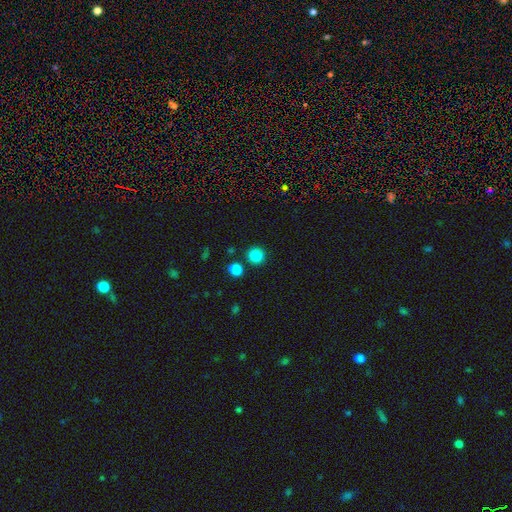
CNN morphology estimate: The model was most divided on "smooth or featured": smooth: 86%, star or artifact: 11%, featured or disk: 3%. More confident: how rounded — round (92%); merging — none (85%).